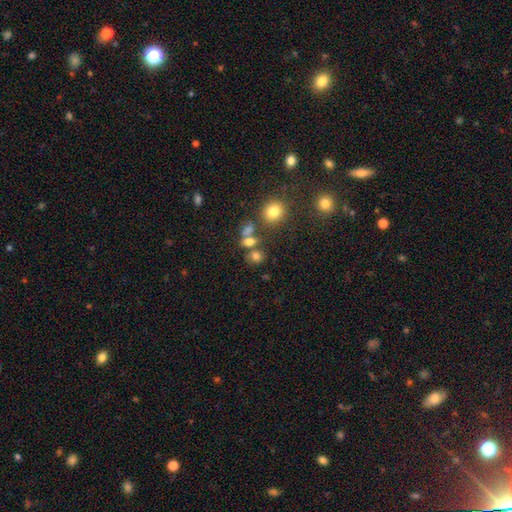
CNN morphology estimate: smooth 74%, star or artifact 17%, featured or disk 9%. Down the decision tree: how rounded — round (63%); merging — none (57%).